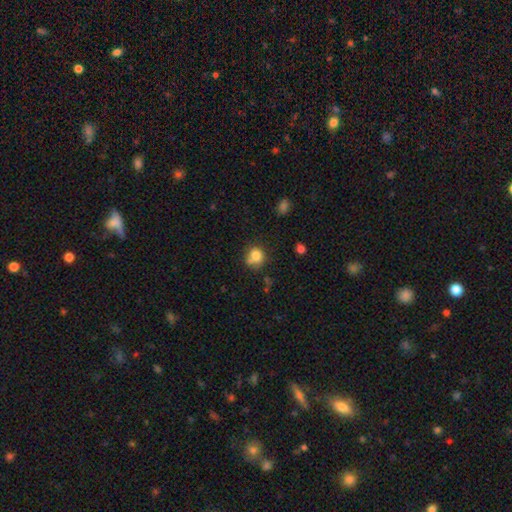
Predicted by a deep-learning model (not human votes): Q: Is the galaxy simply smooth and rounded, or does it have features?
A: smooth — 79%.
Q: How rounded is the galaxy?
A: round — 80%.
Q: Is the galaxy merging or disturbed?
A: none — 55%.